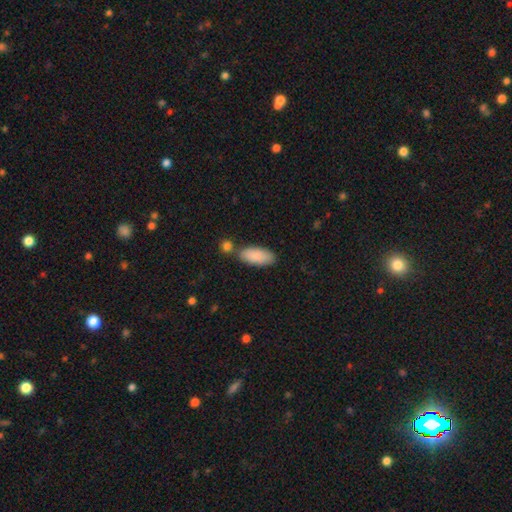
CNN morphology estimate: Smooth or featured? Predicted: smooth (p=0.88). How rounded? Predicted: in between (p=0.87). Merging? Predicted: none (p=0.64).